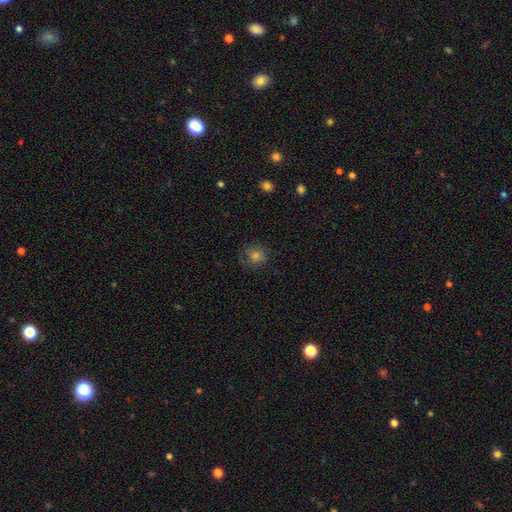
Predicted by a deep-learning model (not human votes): Smooth or featured: smooth — 69% (star or artifact — 18%)
How rounded: round — 84% (in between — 15%)
Merging: none — 78% (minor disturbance — 15%)